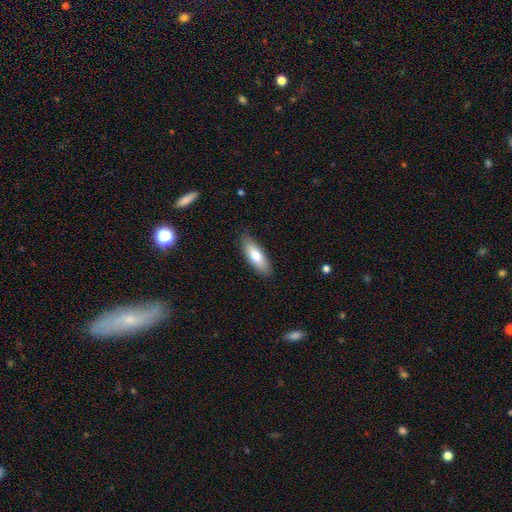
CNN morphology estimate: Smooth or featured? Predicted: smooth (p=0.73). How rounded? Predicted: in between (p=0.59). Merging? Predicted: none (p=0.87).